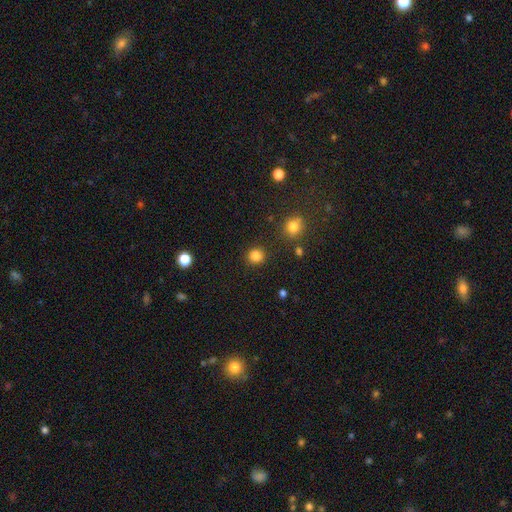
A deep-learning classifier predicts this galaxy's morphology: A smooth galaxy with no disk features (84%) that is round (91%).

Vote fractions:
- Smooth or featured? smooth: 84% / star or artifact: 13% / featured or disk: 4%
- How rounded? round: 91% / in between: 8% / cigar-shaped: 1%
- Merging? none: 89% / minor disturbance: 6% / major disturbance: 2% / merger: 2%